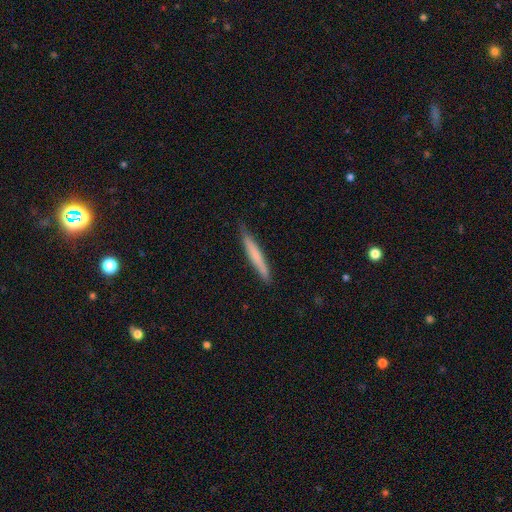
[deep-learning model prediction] Morphology: type=smooth (67%); roundness=cigar-shaped (96%); merging=none (85%).